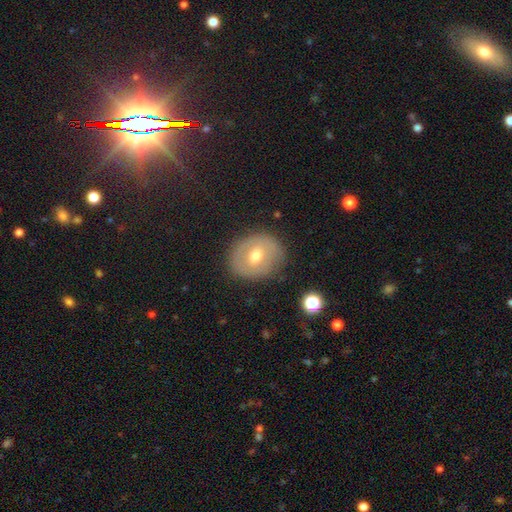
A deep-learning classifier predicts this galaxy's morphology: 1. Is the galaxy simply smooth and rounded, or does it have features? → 49% smooth, 42% featured or disk, 10% star or artifact.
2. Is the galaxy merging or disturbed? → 83% none, 12% minor disturbance, 4% major disturbance, 1% merger.